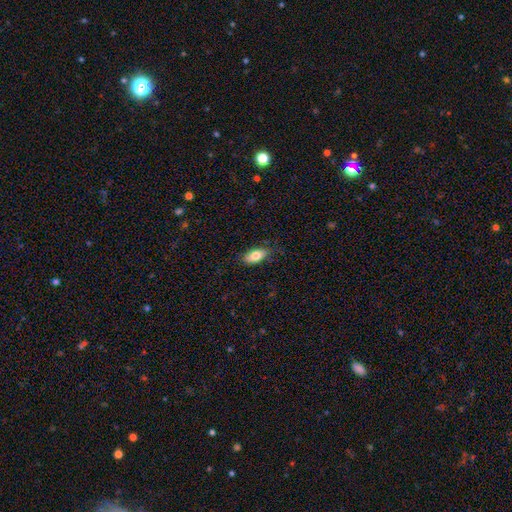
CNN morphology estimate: Q: Smooth or featured?
A: smooth (80%); runner-up: featured or disk (13%)
Q: How rounded?
A: in between (90%); runner-up: cigar-shaped (7%)
Q: Merging?
A: none (80%); runner-up: minor disturbance (15%)